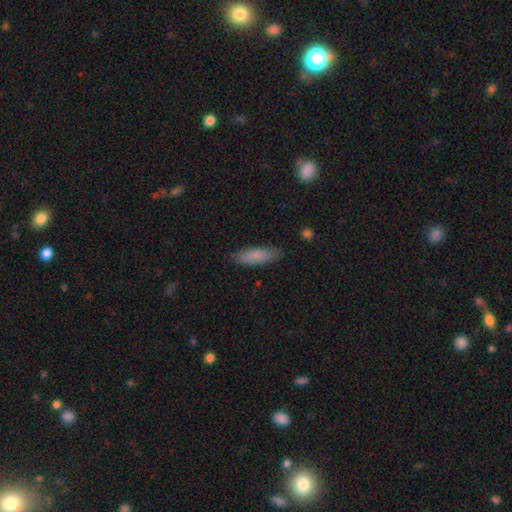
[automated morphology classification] smooth 83%, featured or disk 11%, star or artifact 6%. Down the decision tree: how rounded — cigar-shaped (60%); merging — none (85%).